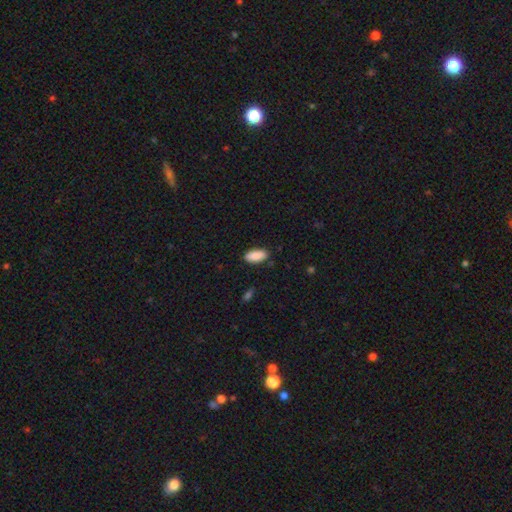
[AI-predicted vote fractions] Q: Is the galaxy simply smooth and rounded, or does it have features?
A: smooth — 90%.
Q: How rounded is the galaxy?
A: in between — 88%.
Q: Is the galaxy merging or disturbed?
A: none — 86%.